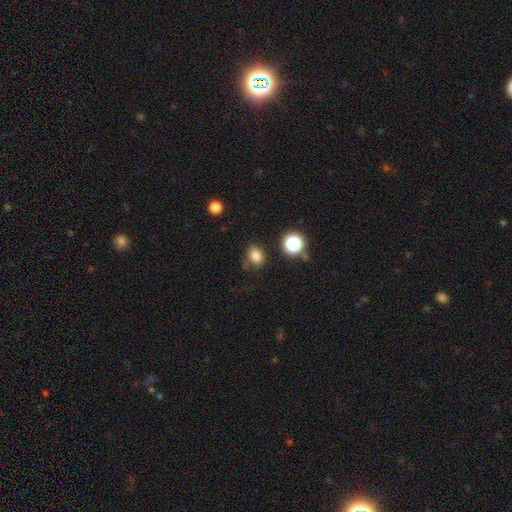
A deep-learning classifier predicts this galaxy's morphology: smooth_or_featured: smooth (p=0.79) [alt: star or artifact p=0.15]
how_rounded: in between (p=0.50) [alt: round p=0.49]
merging: none (p=0.73) [alt: minor disturbance p=0.16]